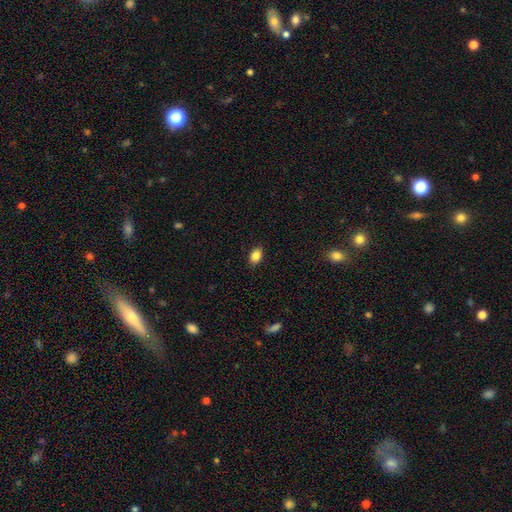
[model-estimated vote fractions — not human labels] smooth_or_featured: smooth (p=0.86) [alt: star or artifact p=0.09]
how_rounded: in between (p=0.79) [alt: round p=0.20]
merging: none (p=0.88) [alt: minor disturbance p=0.09]